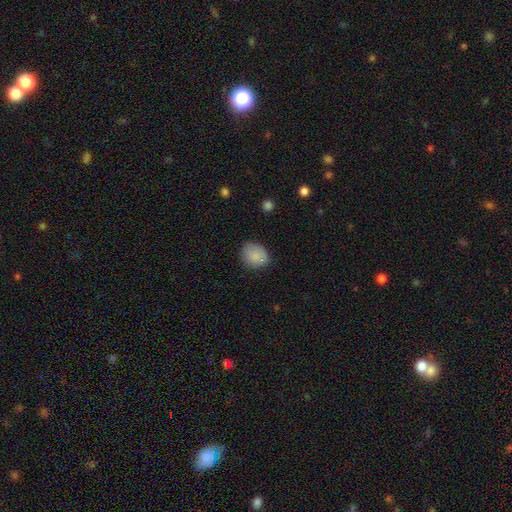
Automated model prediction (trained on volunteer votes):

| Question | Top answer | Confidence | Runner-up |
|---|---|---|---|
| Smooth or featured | smooth | 85% | star or artifact (8%) |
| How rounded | round | 52% | in between (47%) |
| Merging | none | 72% | minor disturbance (22%) |